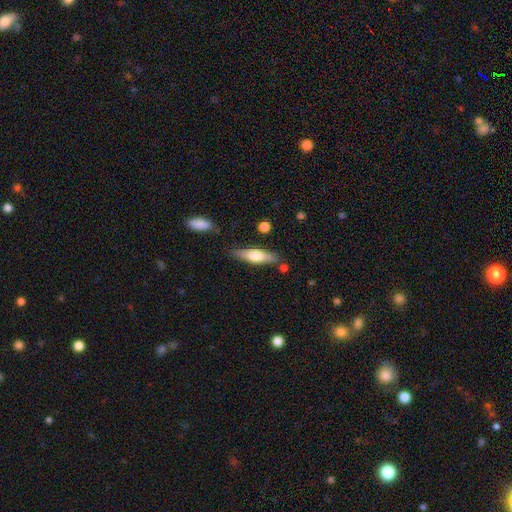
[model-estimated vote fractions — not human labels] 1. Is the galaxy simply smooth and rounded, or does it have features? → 57% smooth, 37% featured or disk, 6% star or artifact.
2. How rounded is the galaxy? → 60% cigar-shaped, 38% in between, 2% round.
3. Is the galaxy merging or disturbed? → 76% none, 15% minor disturbance, 5% merger, 3% major disturbance.